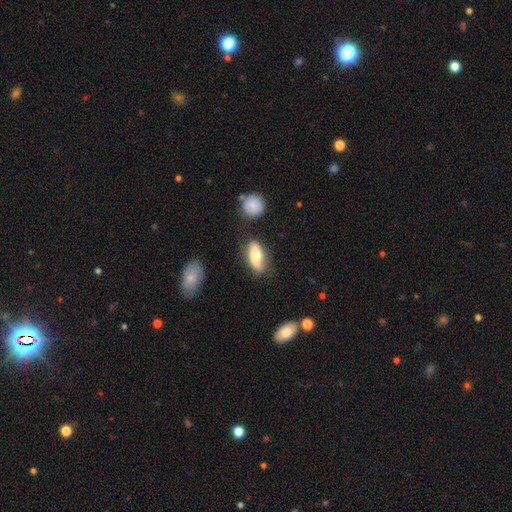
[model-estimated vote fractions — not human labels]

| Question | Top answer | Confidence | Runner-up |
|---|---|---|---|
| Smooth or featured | smooth | 64% | featured or disk (29%) |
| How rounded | in between | 81% | cigar-shaped (15%) |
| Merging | none | 66% | minor disturbance (23%) |